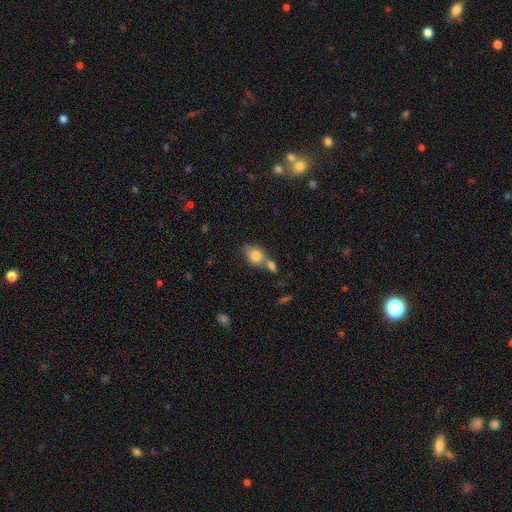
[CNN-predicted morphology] smooth 78%, featured or disk 14%, star or artifact 8%. Down the decision tree: how rounded — in between (71%); merging — merger (43%).